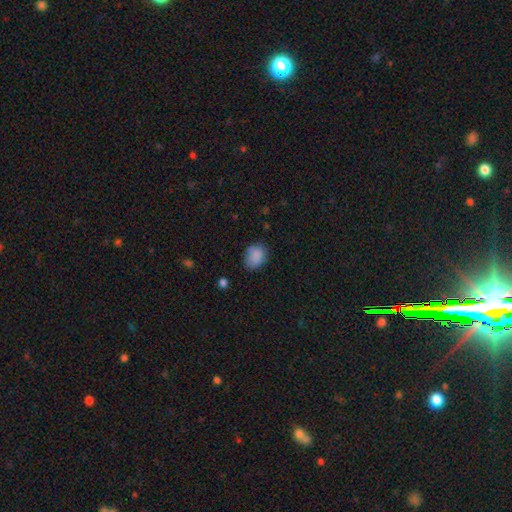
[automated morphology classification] Smooth or featured? Predicted: smooth (p=0.85). How rounded? Predicted: in between (p=0.56). Merging? Predicted: none (p=0.68).